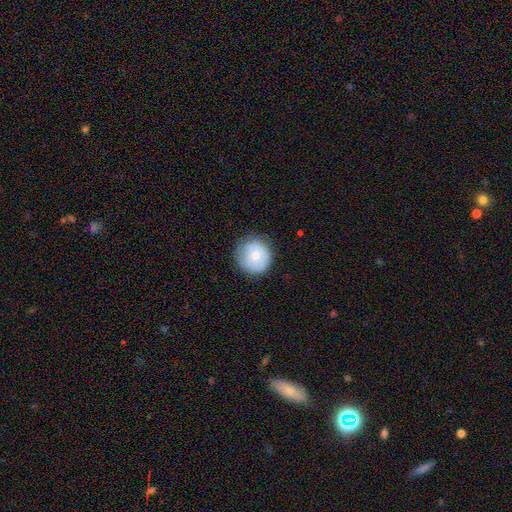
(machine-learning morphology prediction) A smooth galaxy with no disk features (75%) that is round (90%). Merging: none (79%).